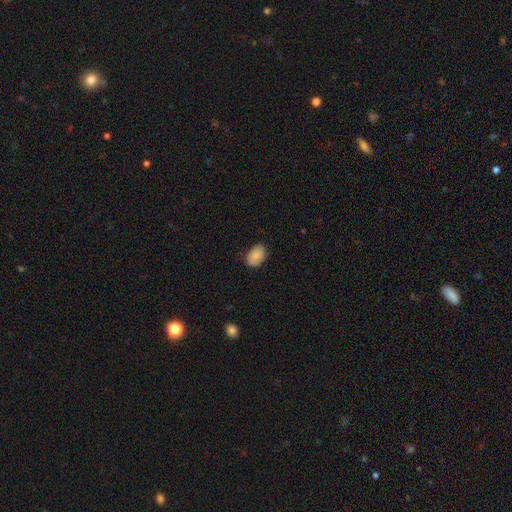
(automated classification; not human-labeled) smooth_or_featured: smooth (p=0.86) [alt: star or artifact p=0.07]
how_rounded: in between (p=0.84) [alt: round p=0.15]
merging: none (p=0.76) [alt: minor disturbance p=0.19]